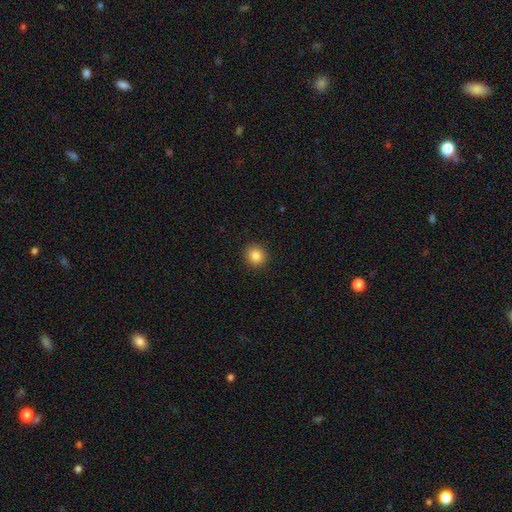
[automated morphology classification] Q: Smooth or featured?
A: smooth (86%); runner-up: star or artifact (10%)
Q: How rounded?
A: round (85%); runner-up: in between (14%)
Q: Merging?
A: none (91%); runner-up: minor disturbance (6%)